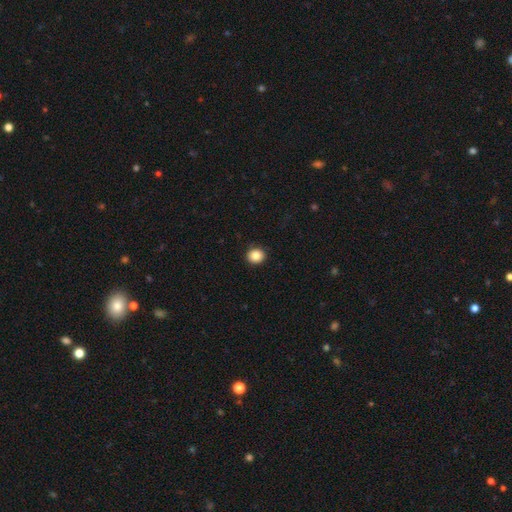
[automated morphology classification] Smooth or featured? smooth (86%)
How rounded? round (82%)
Merging? none (91%)